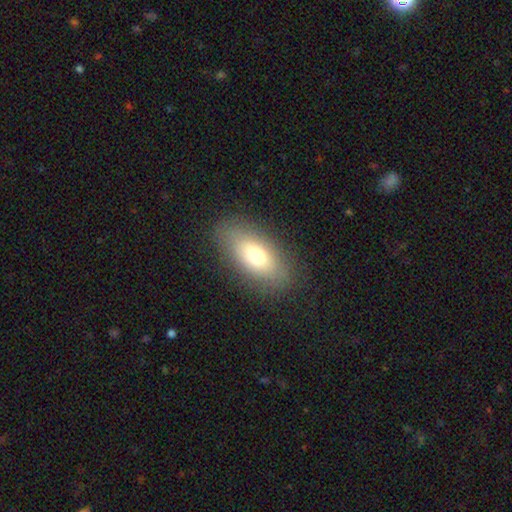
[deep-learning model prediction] Overall: smooth (71%). How rounded: in between (89%). Merging: none (85%).